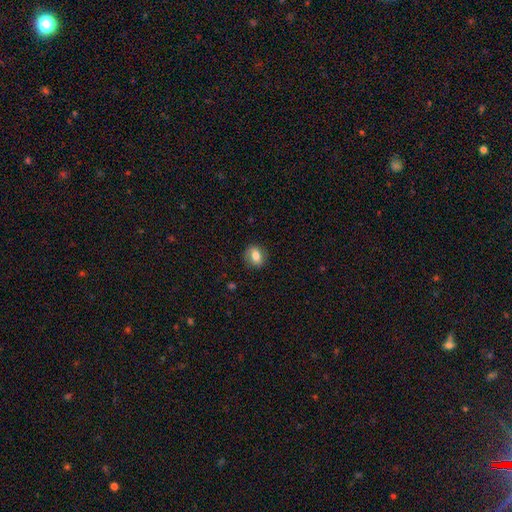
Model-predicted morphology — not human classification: smooth-or-featured: smooth: 73% | featured or disk: 19% | star or artifact: 9%
  how-rounded: in between: 53% | round: 45% | cigar-shaped: 2%
  merging: none: 81% | minor disturbance: 14% | major disturbance: 4% | merger: 1%